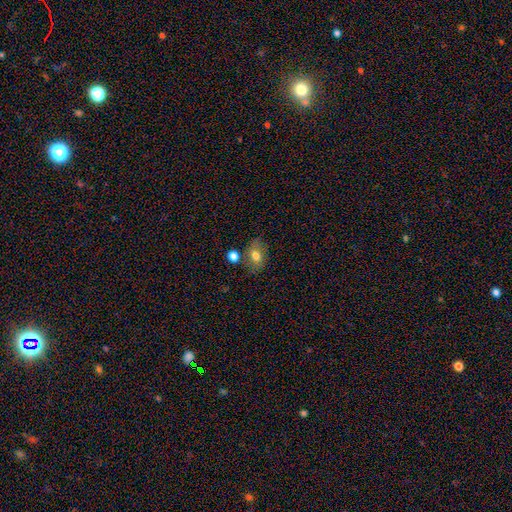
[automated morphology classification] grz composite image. It shows a smooth galaxy with no disk features (75%) that is in between round and cigar-shaped (78%). Merging: none (69%).